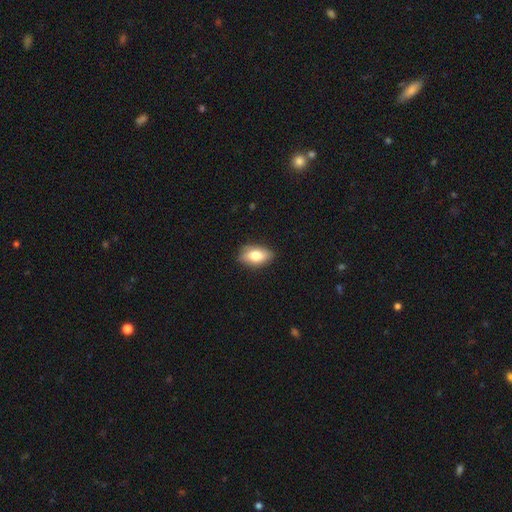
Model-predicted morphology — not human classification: Q: Smooth or featured?
A: smooth (77%); runner-up: featured or disk (16%)
Q: How rounded?
A: in between (90%); runner-up: round (6%)
Q: Merging?
A: none (83%); runner-up: minor disturbance (13%)